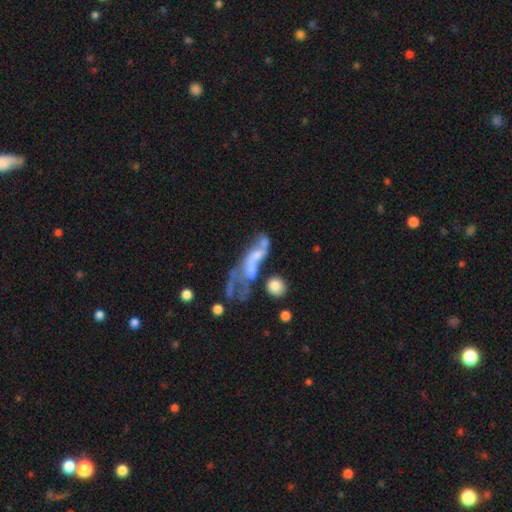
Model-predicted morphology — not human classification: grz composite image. It shows a featured or disk galaxy (61%). Merging: merger (34%).